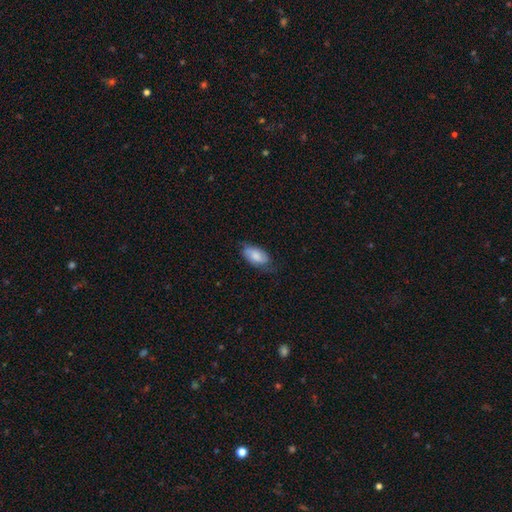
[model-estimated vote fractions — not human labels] The model was most divided on "merging": none: 64%, minor disturbance: 28%, major disturbance: 7%, merger: 1%. More confident: how rounded — in between (93%); smooth or featured — smooth (74%).